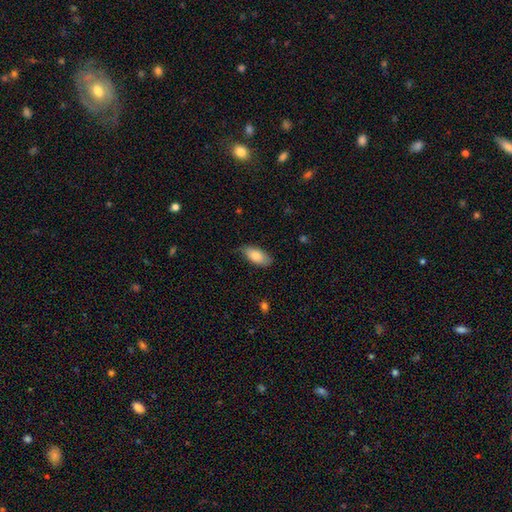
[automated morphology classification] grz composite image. It shows a smooth galaxy with no disk features (79%) that is in between round and cigar-shaped (91%). Merging: none (76%).